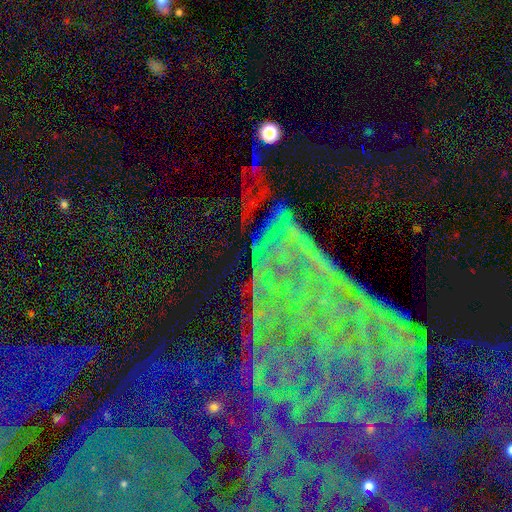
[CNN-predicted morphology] A star or artifact, not a galaxy (78%).

Vote fractions:
- Smooth or featured? star or artifact: 78% / featured or disk: 12% / smooth: 10%